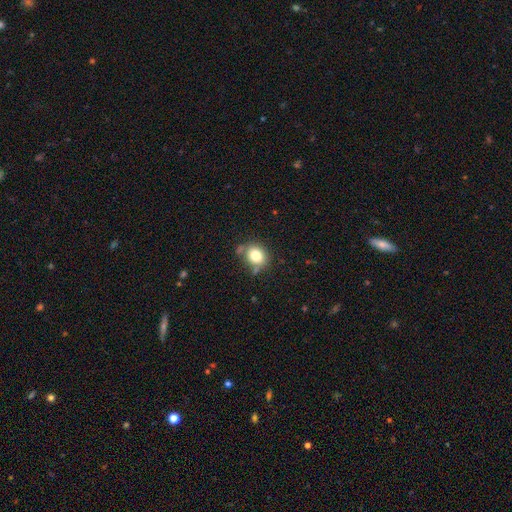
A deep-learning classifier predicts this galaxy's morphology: Smooth or featured?
  - smooth: 80% *
  - star or artifact: 11%
  - featured or disk: 10%
How rounded?
  - round: 58% *
  - in between: 41%
  - cigar-shaped: 1%
Merging?
  - none: 69% *
  - minor disturbance: 18%
  - merger: 8%
  - major disturbance: 5%